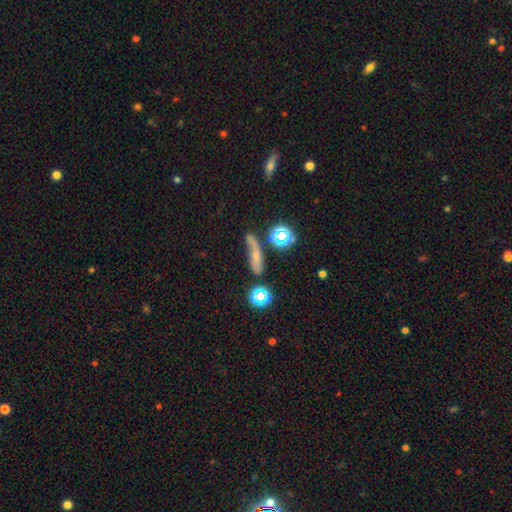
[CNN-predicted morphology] Smooth or featured?
  - smooth: 48% *
  - featured or disk: 29%
  - star or artifact: 23%
Merging?
  - none: 51% *
  - minor disturbance: 24%
  - major disturbance: 15%
  - merger: 10%